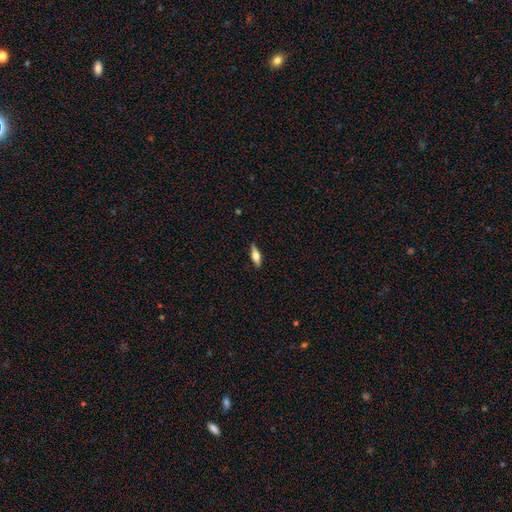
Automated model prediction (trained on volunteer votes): Smooth or featured: featured or disk — 49% (smooth — 44%)
Merging: none — 87% (minor disturbance — 10%)